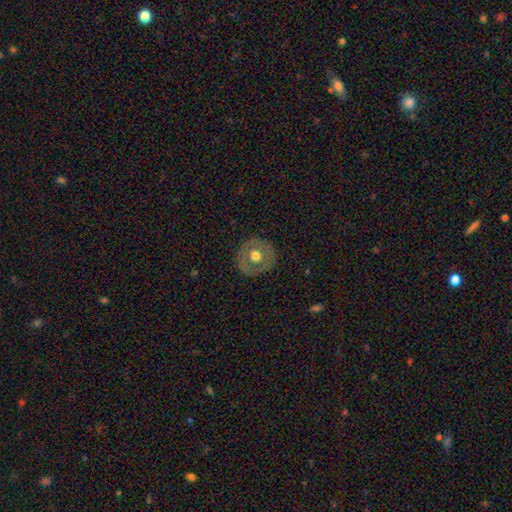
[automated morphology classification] smooth-or-featured: smooth: 52% | featured or disk: 41% | star or artifact: 7%
  how-rounded: round: 91% | in between: 8% | cigar-shaped: 1%
  merging: none: 86% | minor disturbance: 10% | major disturbance: 3% | merger: 1%